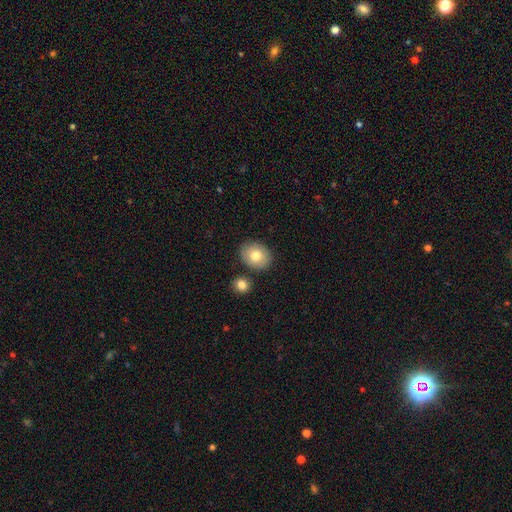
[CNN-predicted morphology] type=smooth (77%); roundness=round (52%); merging=none (79%).